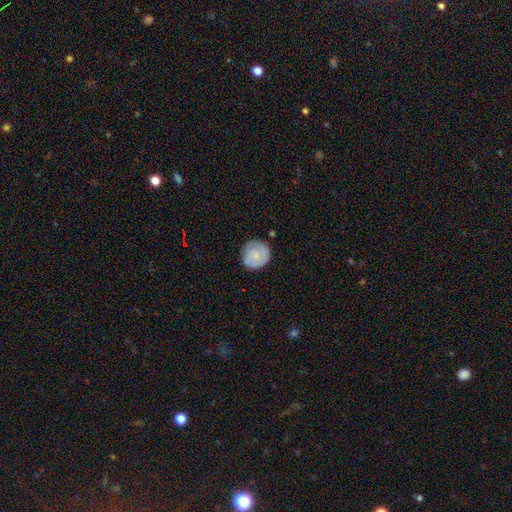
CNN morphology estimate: smooth_or_featured: smooth (p=0.53) [alt: featured or disk p=0.41]
how_rounded: round (p=0.89) [alt: in between p=0.10]
merging: none (p=0.79) [alt: minor disturbance p=0.15]